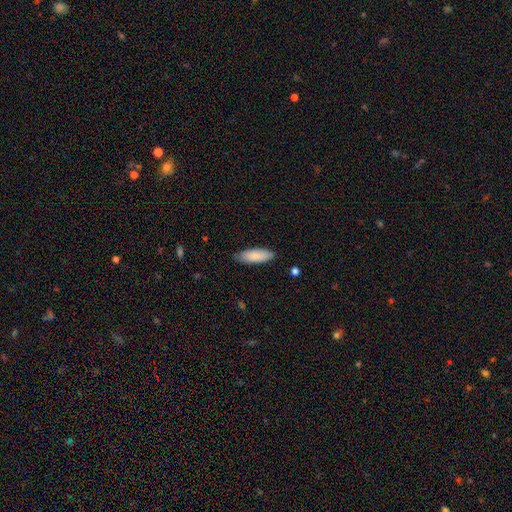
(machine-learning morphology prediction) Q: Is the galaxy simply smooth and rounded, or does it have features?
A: smooth — 87%.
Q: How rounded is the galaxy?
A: in between — 64%.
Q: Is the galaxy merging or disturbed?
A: none — 84%.